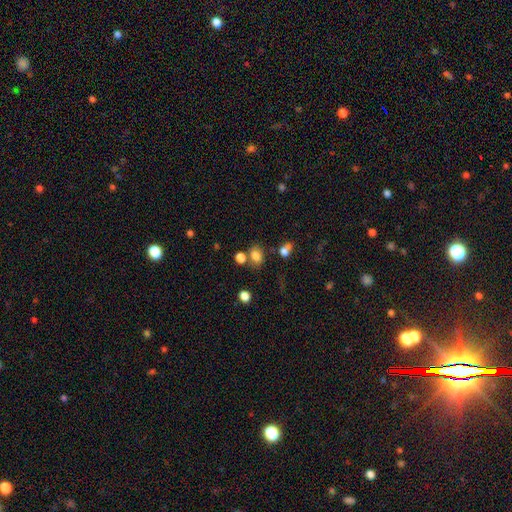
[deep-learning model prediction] Smooth or featured: smooth — 79% (star or artifact — 13%)
How rounded: in between — 60% (round — 39%)
Merging: none — 65% (merger — 17%)